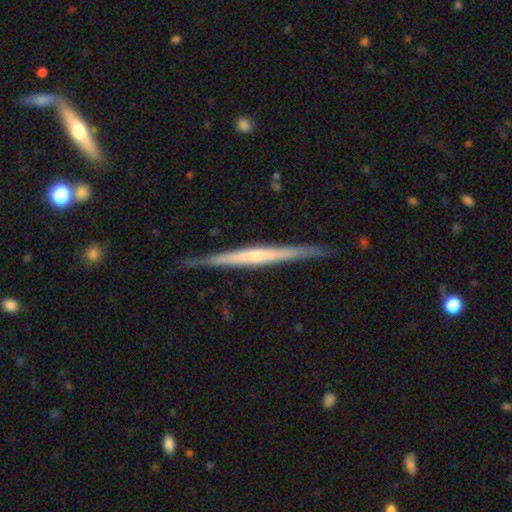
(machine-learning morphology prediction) This is likely a featured or disk galaxy (71%). It is clearly viewed edge-on (98%). Edge-on bulge: possibly none (54%). Merging: clearly none (87%).